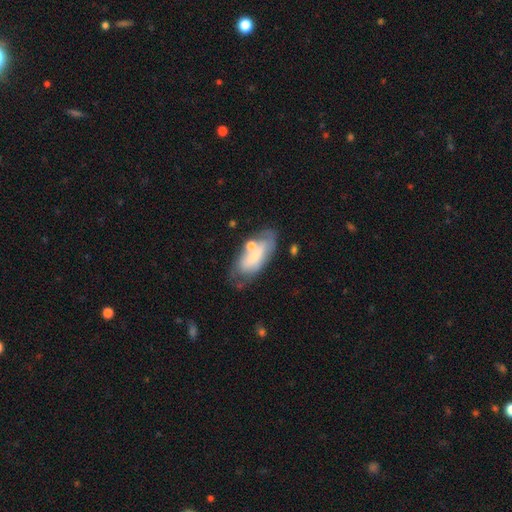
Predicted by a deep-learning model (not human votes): Q: Smooth or featured?
A: smooth (56%); runner-up: featured or disk (36%)
Q: How rounded?
A: in between (80%); runner-up: cigar-shaped (16%)
Q: Merging?
A: none (47%); runner-up: minor disturbance (27%)